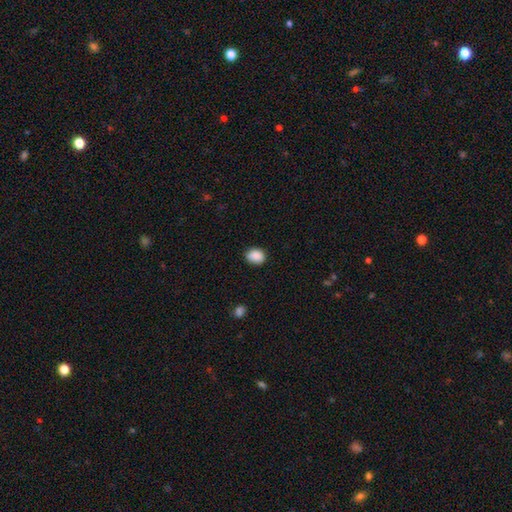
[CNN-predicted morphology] A smooth galaxy with no disk features (89%) that is round (50%, tied with in between).

Vote fractions:
- Smooth or featured? smooth: 89% / star or artifact: 8% / featured or disk: 3%
- How rounded? round: 50% (tied) / in between: 50% (tied) / cigar-shaped: 1%
- Merging? none: 83% / minor disturbance: 13% / major disturbance: 3% / merger: 1%